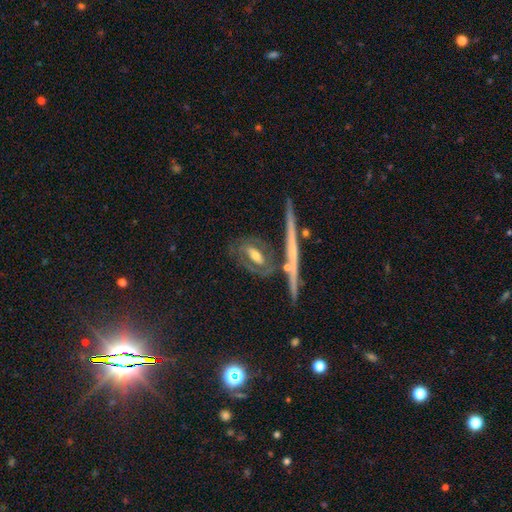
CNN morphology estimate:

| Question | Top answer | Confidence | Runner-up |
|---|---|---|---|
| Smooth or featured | featured or disk | 66% | smooth (27%) |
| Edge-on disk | no | 71% | yes (29%) |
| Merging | none | 59% | minor disturbance (19%) |